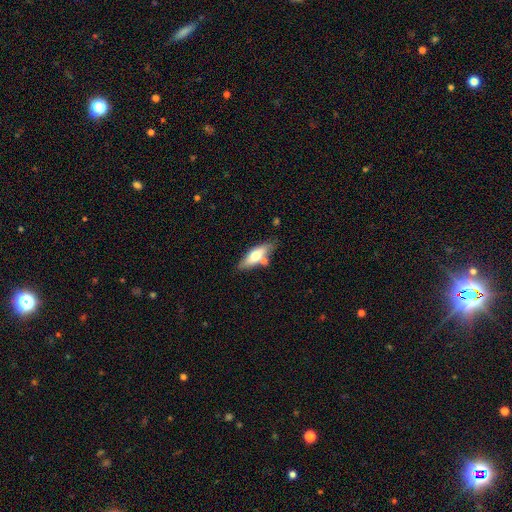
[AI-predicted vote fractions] This is likely a smooth galaxy (62%). How rounded: possibly in between (60%). Merging: likely none (65%).